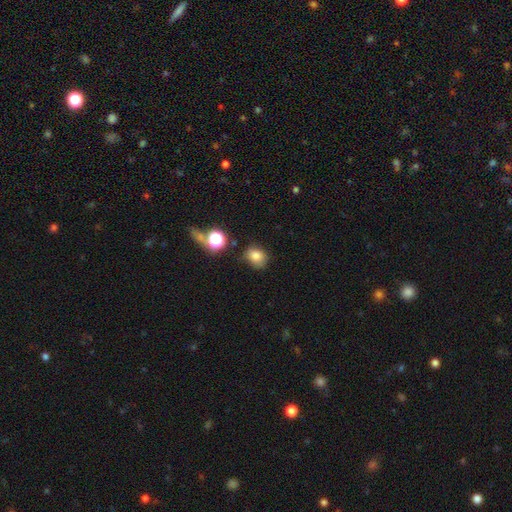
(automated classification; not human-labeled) Smooth or featured: smooth — 79% (star or artifact — 14%)
How rounded: round — 53% (in between — 46%)
Merging: none — 66% (minor disturbance — 22%)